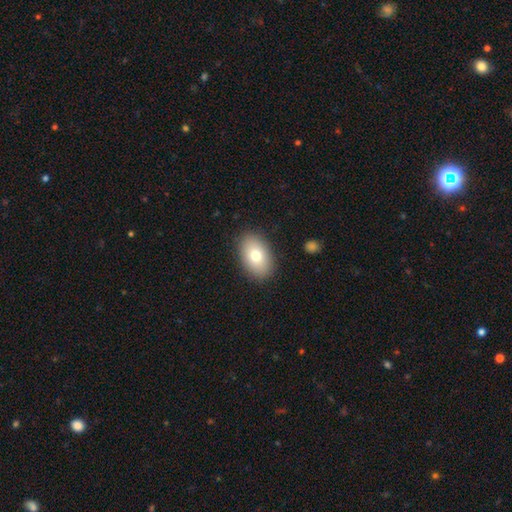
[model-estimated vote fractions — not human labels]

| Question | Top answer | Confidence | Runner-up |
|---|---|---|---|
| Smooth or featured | smooth | 76% | featured or disk (16%) |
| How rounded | in between | 88% | round (11%) |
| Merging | none | 88% | minor disturbance (8%) |